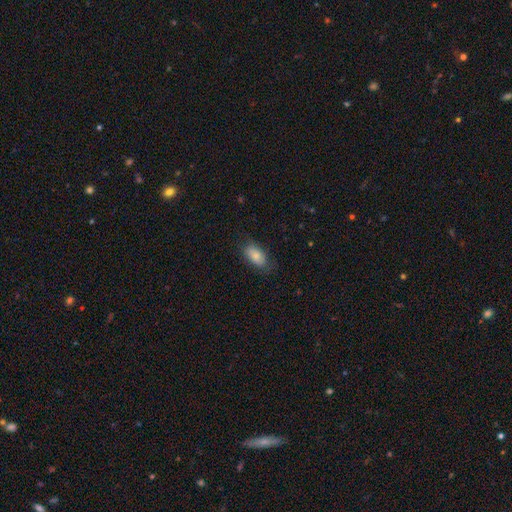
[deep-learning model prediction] Overall: smooth (83%). How rounded: in between (92%). Merging: none (77%).